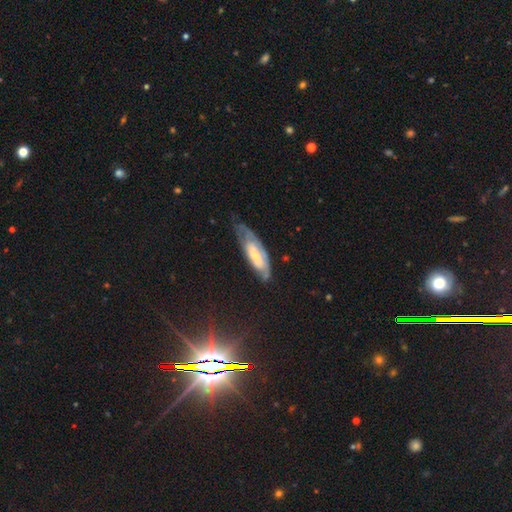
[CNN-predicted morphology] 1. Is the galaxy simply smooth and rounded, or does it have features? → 57% featured or disk, 36% smooth, 6% star or artifact.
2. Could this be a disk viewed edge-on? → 77% no, 23% yes.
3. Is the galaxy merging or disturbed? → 44% none, 34% minor disturbance, 19% major disturbance, 2% merger.